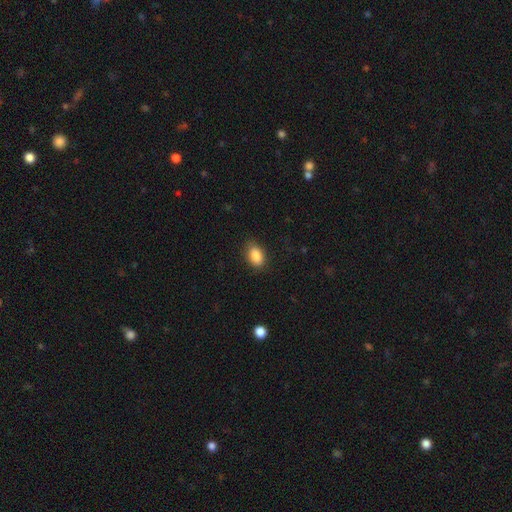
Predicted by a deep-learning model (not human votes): Smooth or featured? Predicted: smooth (p=0.87). How rounded? Predicted: in between (p=0.88). Merging? Predicted: none (p=0.85).